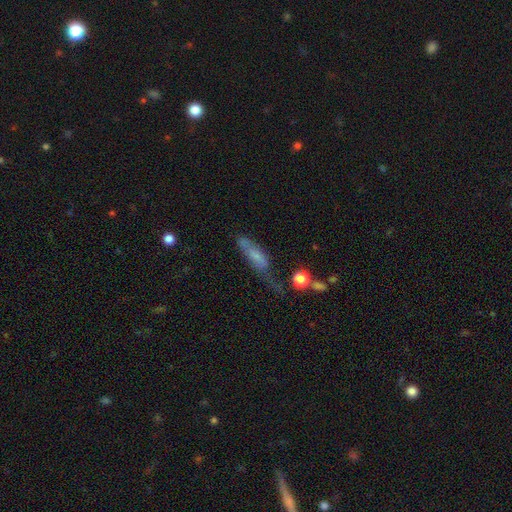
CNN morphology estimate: This is possibly a smooth galaxy (54%). How rounded: possibly cigar-shaped (54%). Merging: marginally major disturbance (33%).